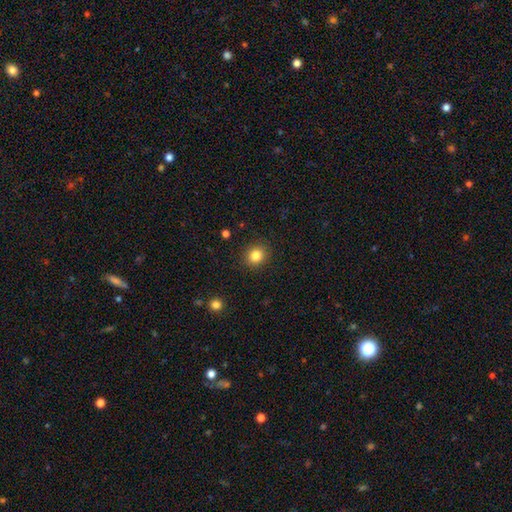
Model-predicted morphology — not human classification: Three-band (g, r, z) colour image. It shows a smooth galaxy with no disk features (83%) that is round (81%). Merging: none (90%).